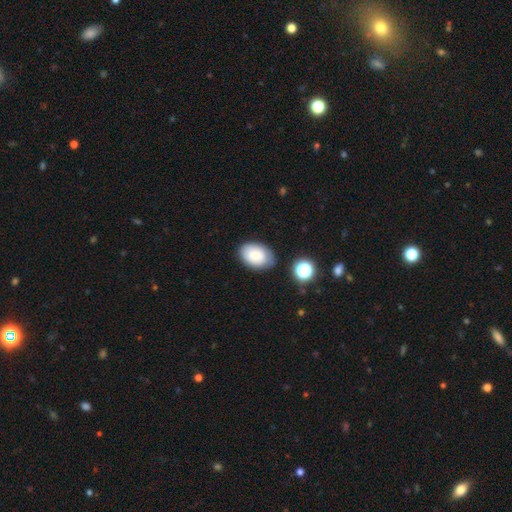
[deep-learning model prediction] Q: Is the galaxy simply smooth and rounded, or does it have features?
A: smooth — 81%.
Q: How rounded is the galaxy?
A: in between — 87%.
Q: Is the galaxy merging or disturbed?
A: none — 75%.